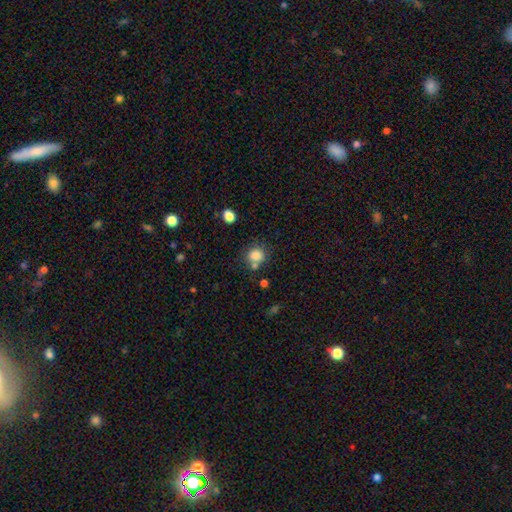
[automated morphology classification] Smooth or featured?
  - smooth: 83% *
  - star or artifact: 11%
  - featured or disk: 6%
How rounded?
  - round: 80% *
  - in between: 19%
  - cigar-shaped: 1%
Merging?
  - none: 64% *
  - merger: 17%
  - minor disturbance: 14%
  - major disturbance: 5%